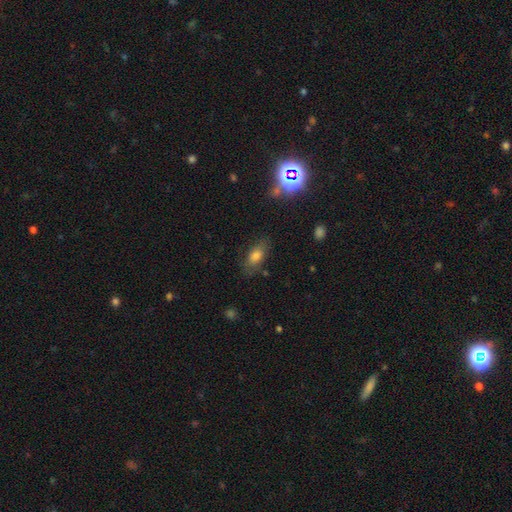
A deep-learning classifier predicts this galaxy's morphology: A smooth galaxy with no disk features (70%) that is in between round and cigar-shaped (83%).

Vote fractions:
- Smooth or featured? smooth: 70% / featured or disk: 16% / star or artifact: 14%
- How rounded? in between: 83% / cigar-shaped: 10% / round: 7%
- Merging? none: 76% / minor disturbance: 17% / major disturbance: 5% / merger: 2%